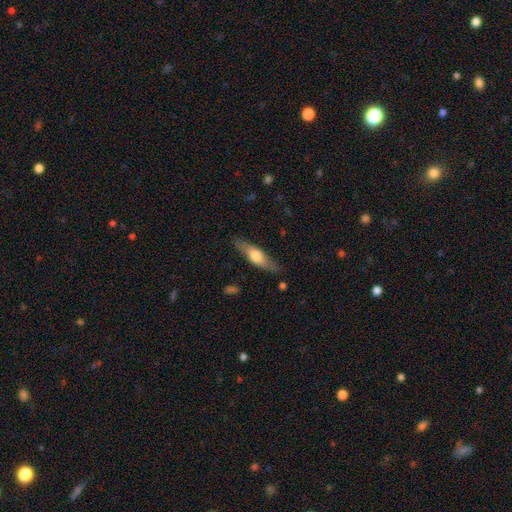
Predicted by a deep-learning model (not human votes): smooth 56%, featured or disk 39%, star or artifact 5%. Down the decision tree: how rounded — cigar-shaped (61%); merging — none (82%).